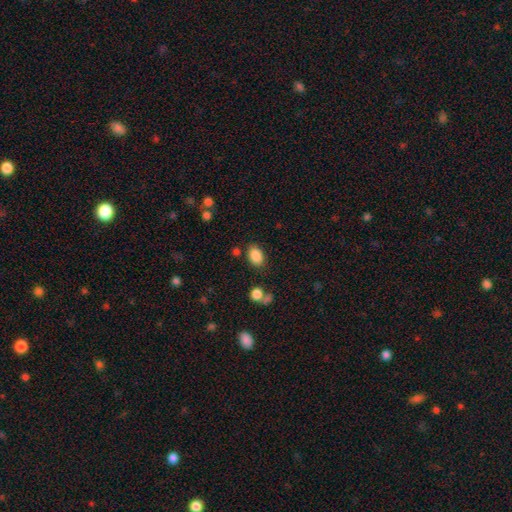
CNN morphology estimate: Overall: smooth (87%). How rounded: in between (84%). Merging: none (78%).